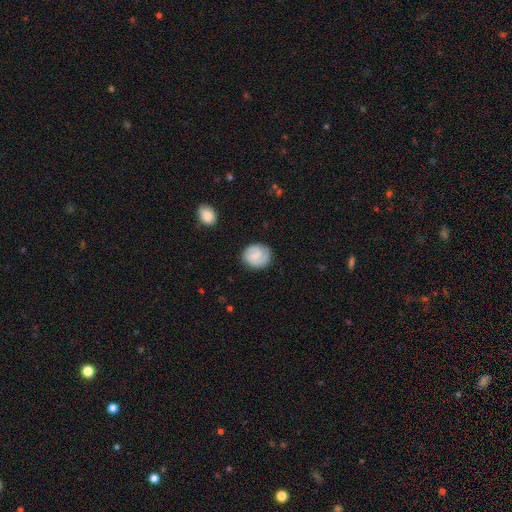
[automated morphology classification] The model was most divided on "smooth or featured": featured or disk: 48%, smooth: 45%, star or artifact: 7%. More confident: merging — none (79%).